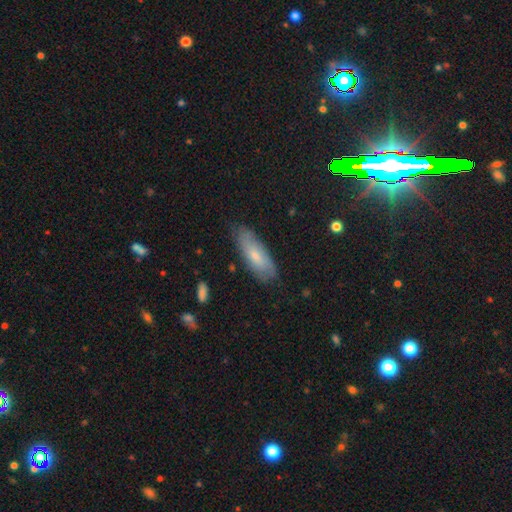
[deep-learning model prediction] This is likely a smooth galaxy (61%). How rounded: likely in between (67%). Merging: likely none (77%).